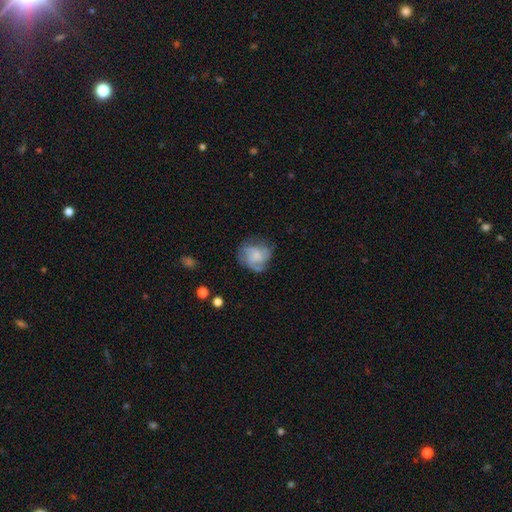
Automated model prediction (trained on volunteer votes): The model was most divided on "bulge size": small: 40%, moderate: 29%, none: 23%, large: 6%, dominant: 2%. More confident: edge-on disk — no (98%); spiral arms — yes (86%); bar — no (74%); merging — none (60%); smooth or featured — featured or disk (58%).